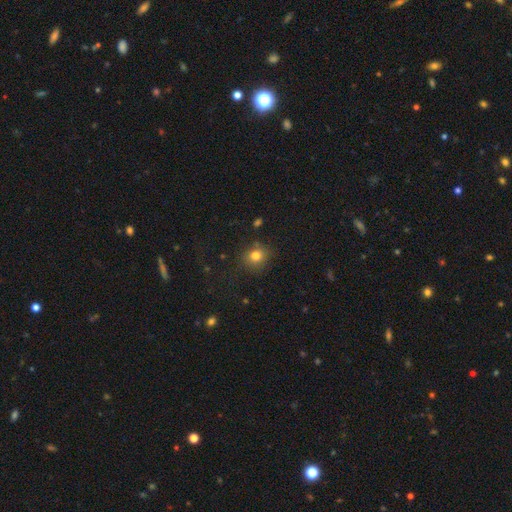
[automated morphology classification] type=smooth (79%); roundness=round (82%); merging=none (82%).